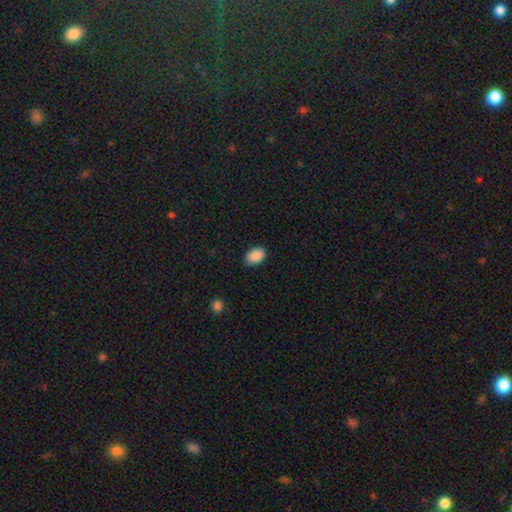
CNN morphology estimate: Q: Smooth or featured?
A: smooth (90%); runner-up: star or artifact (7%)
Q: How rounded?
A: in between (90%); runner-up: round (9%)
Q: Merging?
A: none (85%); runner-up: minor disturbance (11%)